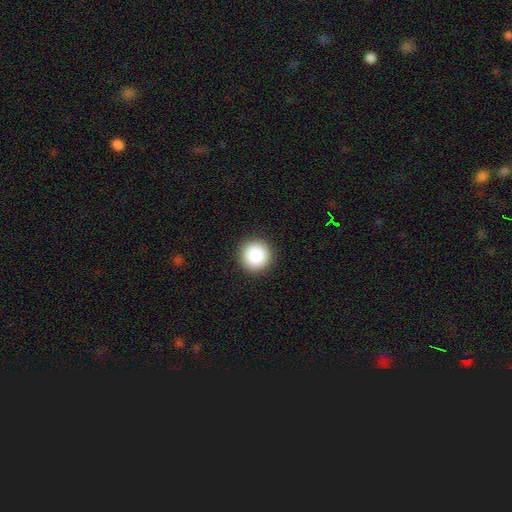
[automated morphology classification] Overall: smooth (87%). How rounded: round (95%). Merging: none (92%).